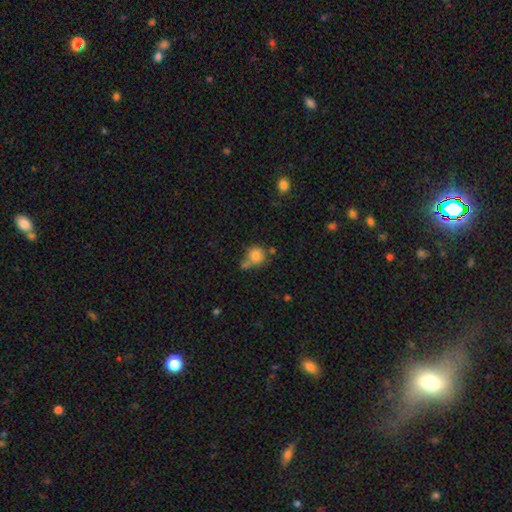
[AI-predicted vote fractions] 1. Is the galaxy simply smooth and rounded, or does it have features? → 81% smooth, 10% star or artifact, 9% featured or disk.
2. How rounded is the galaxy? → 81% round, 18% in between, 1% cigar-shaped.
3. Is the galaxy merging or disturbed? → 46% none, 29% merger, 17% minor disturbance, 8% major disturbance.